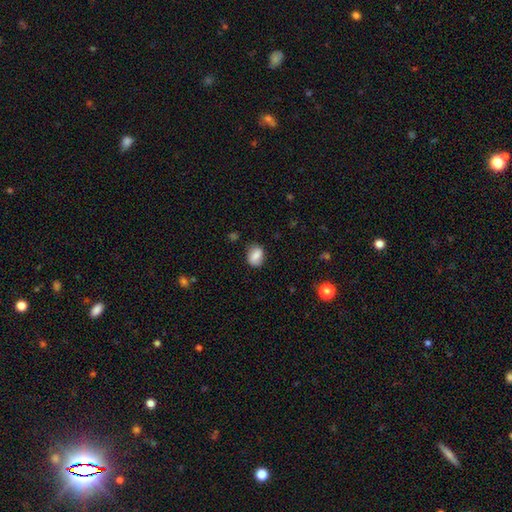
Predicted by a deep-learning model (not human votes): Smooth or featured?
  - smooth: 81% *
  - featured or disk: 11%
  - star or artifact: 8%
How rounded?
  - in between: 64% *
  - round: 35%
  - cigar-shaped: 1%
Merging?
  - none: 79% *
  - minor disturbance: 16%
  - major disturbance: 4%
  - merger: 2%